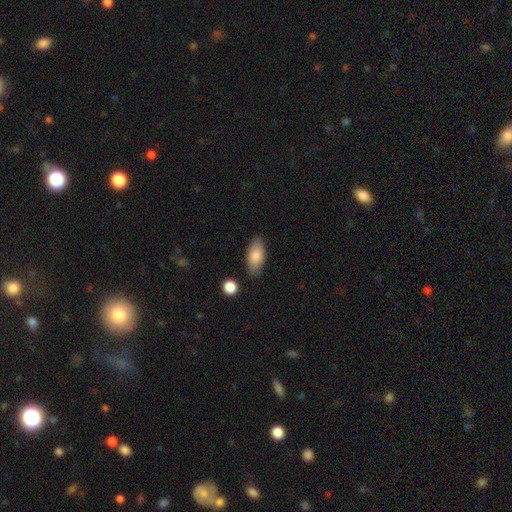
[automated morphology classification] Smooth or featured?
  - smooth: 83% *
  - featured or disk: 10%
  - star or artifact: 6%
How rounded?
  - in between: 90% *
  - cigar-shaped: 7%
  - round: 3%
Merging?
  - none: 83% *
  - minor disturbance: 12%
  - major disturbance: 3%
  - merger: 3%